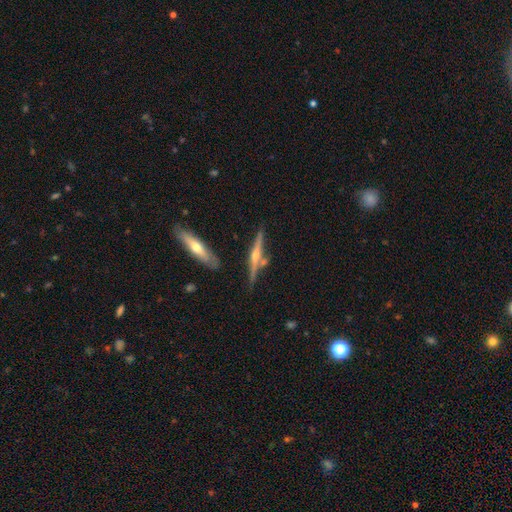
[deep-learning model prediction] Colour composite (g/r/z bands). It shows a featured or disk galaxy (70%) viewed edge-on (97%) with a rounded central bulge (83%). Merging: none (72%).